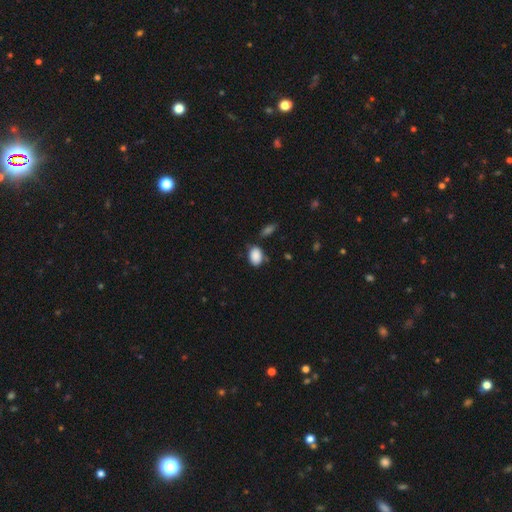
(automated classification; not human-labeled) Smooth or featured: smooth — 88% (star or artifact — 8%)
How rounded: in between — 83% (round — 16%)
Merging: none — 67% (minor disturbance — 22%)